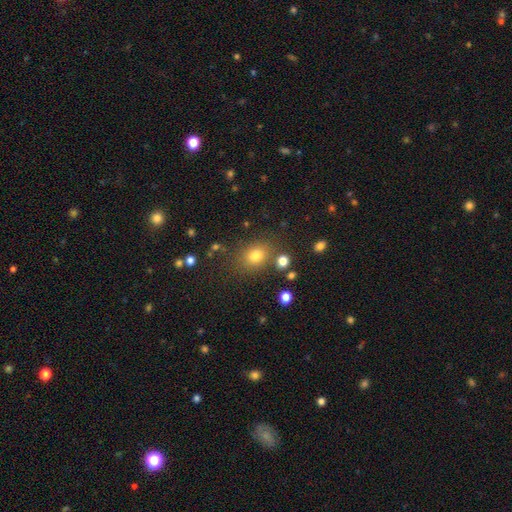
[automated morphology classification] smooth_or_featured: smooth (p=0.77) [alt: star or artifact p=0.15]
how_rounded: in between (p=0.50) [alt: round p=0.49]
merging: none (p=0.77) [alt: minor disturbance p=0.12]